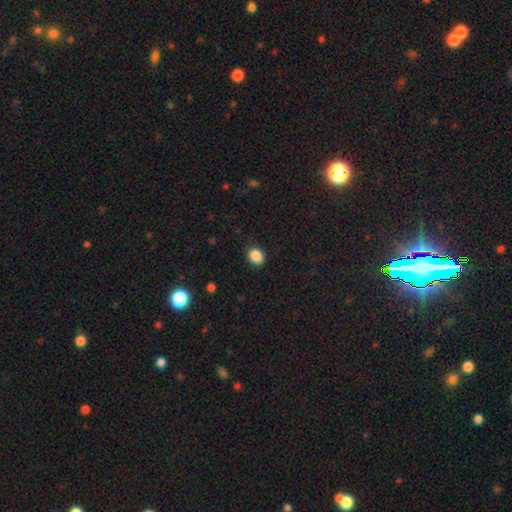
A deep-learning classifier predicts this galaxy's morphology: A smooth galaxy with no disk features (88%) that is in between round and cigar-shaped (52%). Merging: none (87%).